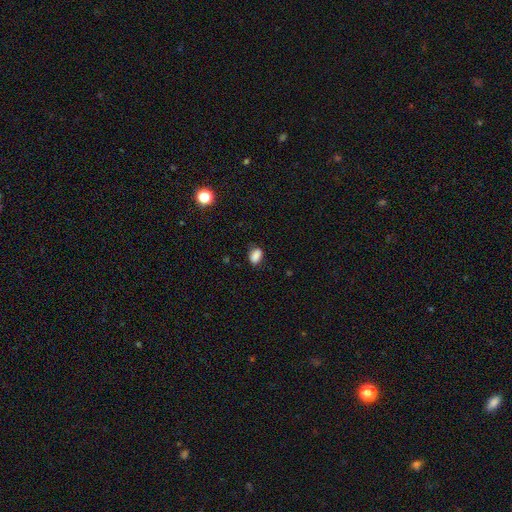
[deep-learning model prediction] A smooth galaxy with no disk features (85%) that is in between round and cigar-shaped (80%). Merging: none (73%).